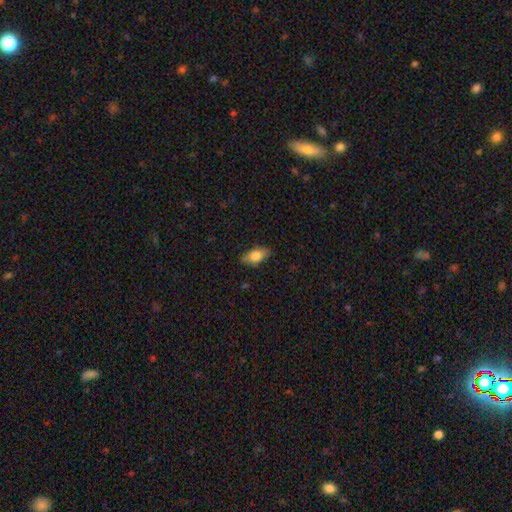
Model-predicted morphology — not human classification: A smooth galaxy with no disk features (74%) that is in between round and cigar-shaped (86%). Merging: none (84%).